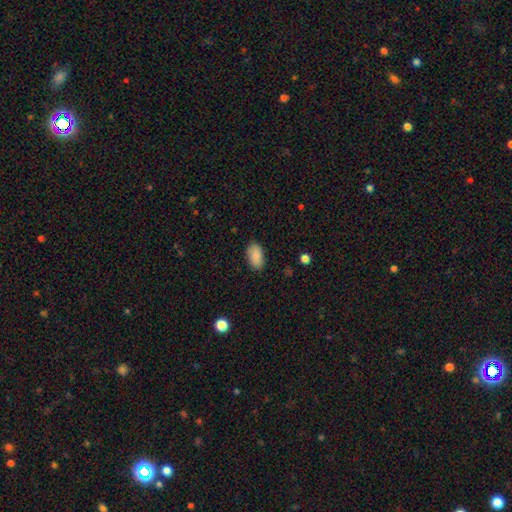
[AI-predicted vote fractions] Smooth or featured?
  - smooth: 89% *
  - star or artifact: 7%
  - featured or disk: 4%
How rounded?
  - in between: 94% *
  - round: 4%
  - cigar-shaped: 2%
Merging?
  - none: 86% *
  - minor disturbance: 10%
  - major disturbance: 3%
  - merger: 1%